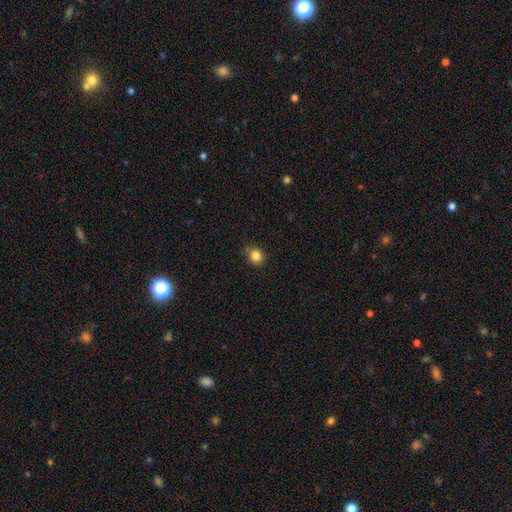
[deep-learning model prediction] Smooth or featured? smooth (84%)
How rounded? round (83%)
Merging? none (82%)